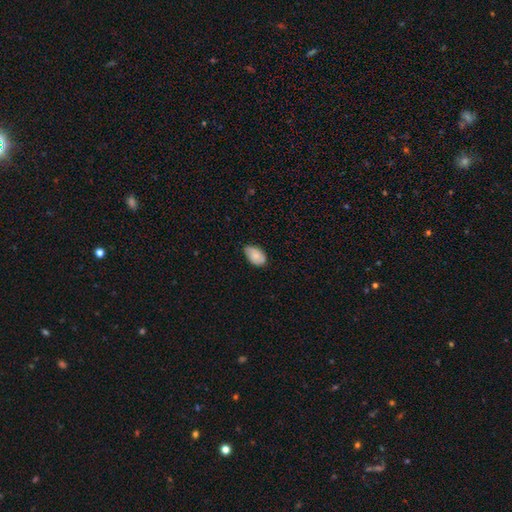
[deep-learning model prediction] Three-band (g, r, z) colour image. It shows a smooth galaxy with no disk features (77%) that is in between round and cigar-shaped (92%). Merging: none (65%).